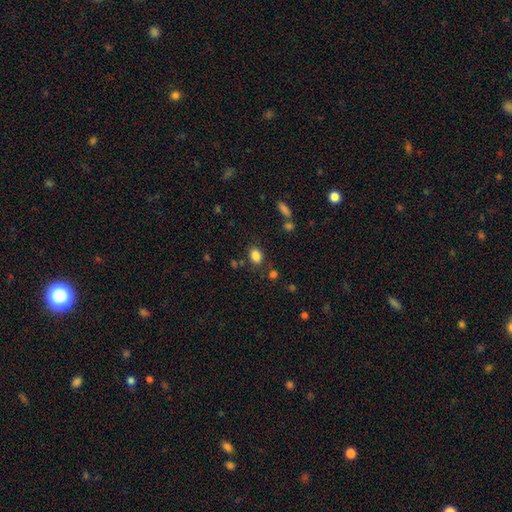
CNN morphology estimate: The model was most divided on "how rounded": in between: 73%, round: 26%, cigar-shaped: 1%. More confident: smooth or featured — smooth (84%); merging — none (77%).